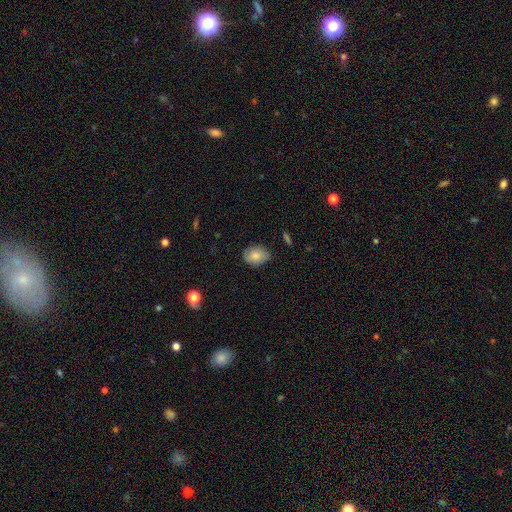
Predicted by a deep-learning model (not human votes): Smooth or featured? Predicted: smooth (p=0.82). How rounded? Predicted: in between (p=0.67). Merging? Predicted: none (p=0.76).